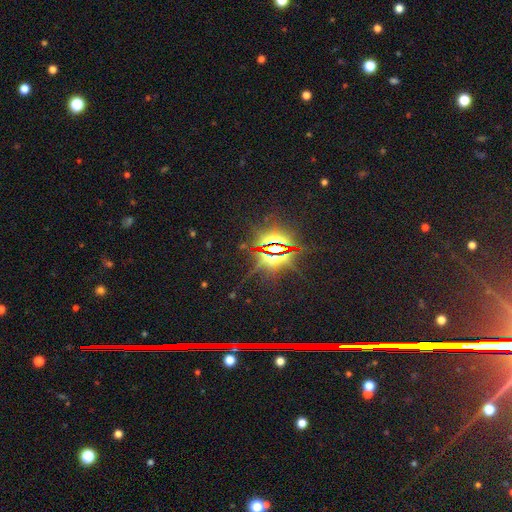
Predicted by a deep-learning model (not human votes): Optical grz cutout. It shows a star or artifact, not a galaxy (83%).